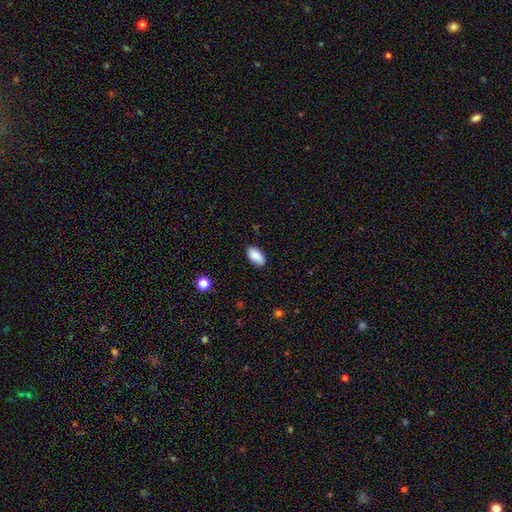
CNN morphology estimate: Smooth or featured?
  - smooth: 87% *
  - star or artifact: 7%
  - featured or disk: 6%
How rounded?
  - in between: 93% *
  - cigar-shaped: 4%
  - round: 3%
Merging?
  - none: 86% *
  - minor disturbance: 10%
  - major disturbance: 2%
  - merger: 1%